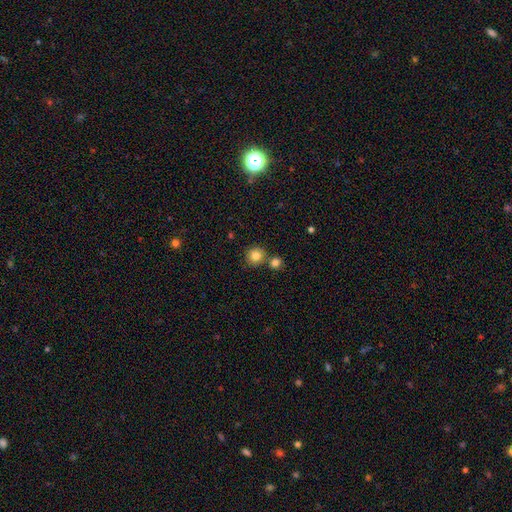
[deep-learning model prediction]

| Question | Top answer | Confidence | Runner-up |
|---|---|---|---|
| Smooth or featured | smooth | 83% | star or artifact (11%) |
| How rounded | round | 90% | in between (9%) |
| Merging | none | 73% | merger (17%) |